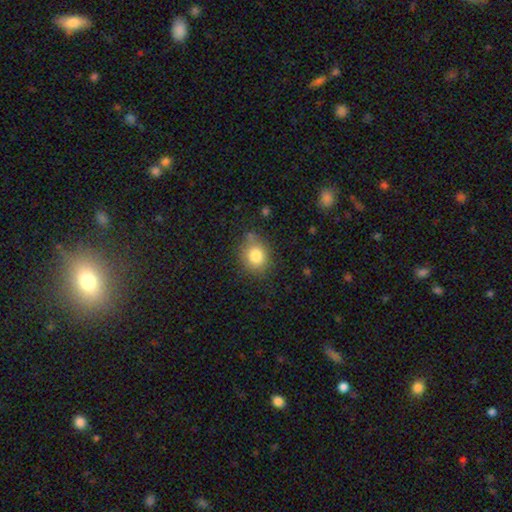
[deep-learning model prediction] Q: Smooth or featured?
A: smooth (80%); runner-up: star or artifact (11%)
Q: How rounded?
A: round (67%); runner-up: in between (32%)
Q: Merging?
A: none (77%); runner-up: minor disturbance (16%)